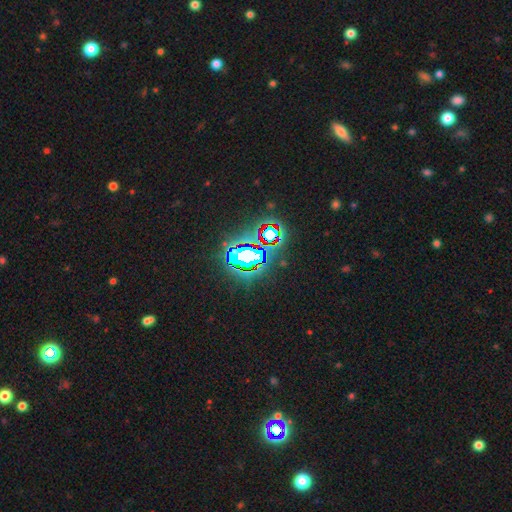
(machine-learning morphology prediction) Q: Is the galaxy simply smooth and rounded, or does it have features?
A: star or artifact — 79%.